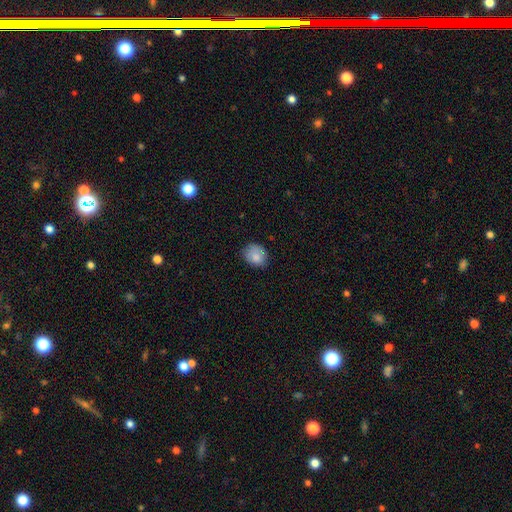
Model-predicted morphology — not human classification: Smooth or featured? smooth (84%)
How rounded? round (58%)
Merging? none (74%)